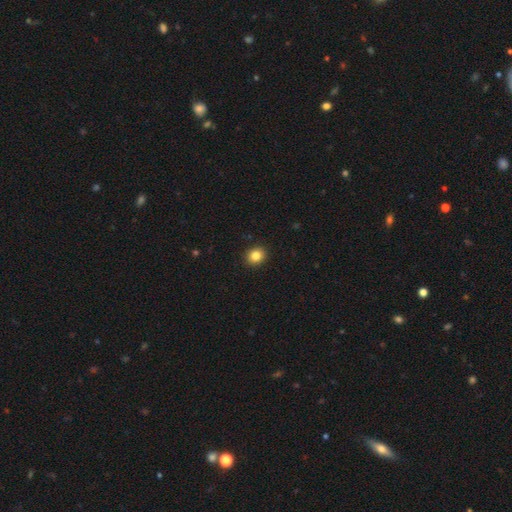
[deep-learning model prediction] Smooth or featured?
  - smooth: 84% *
  - star or artifact: 11%
  - featured or disk: 5%
How rounded?
  - round: 73% *
  - in between: 26%
  - cigar-shaped: 1%
Merging?
  - none: 92% *
  - minor disturbance: 6%
  - major disturbance: 2%
  - merger: 1%